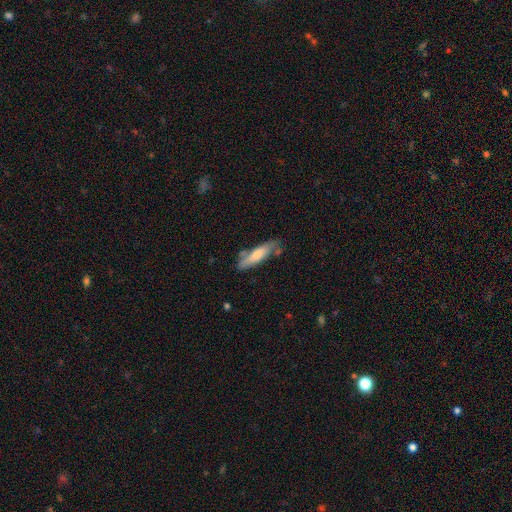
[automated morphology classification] type=smooth (64%); roundness=cigar-shaped (70%); merging=none (70%).